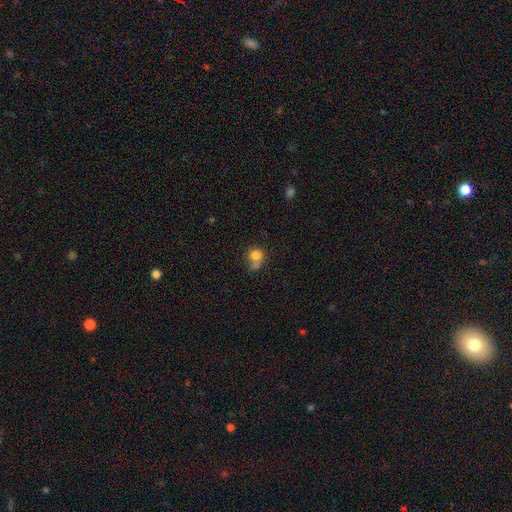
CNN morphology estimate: The model was most divided on "merging": none: 42%, merger: 33%, minor disturbance: 15%, major disturbance: 9%. More confident: smooth or featured — smooth (79%); how rounded — round (78%).